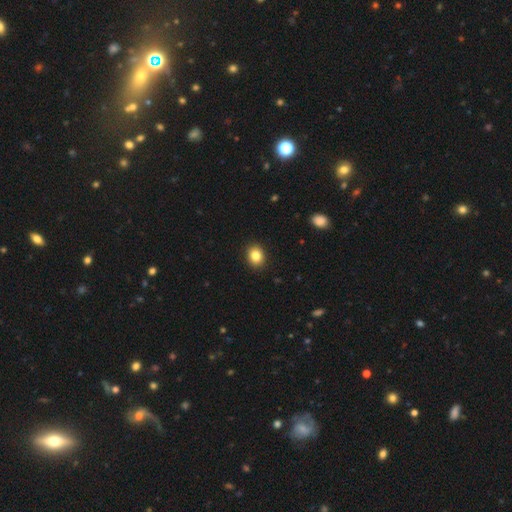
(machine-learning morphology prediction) Overall: smooth (84%). How rounded: round (56%; in between 43%). Merging: none (91%).